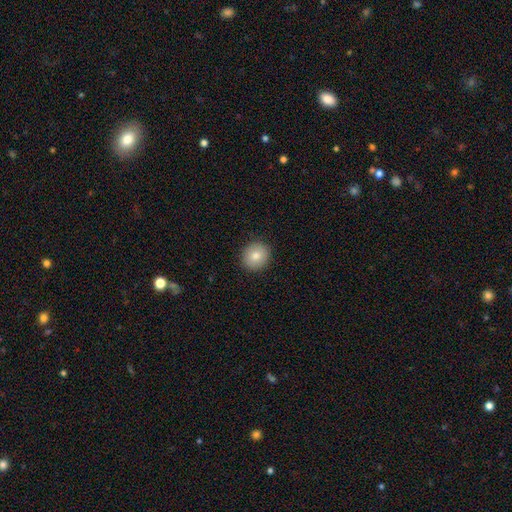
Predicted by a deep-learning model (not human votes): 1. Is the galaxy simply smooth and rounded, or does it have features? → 81% smooth, 10% featured or disk, 8% star or artifact.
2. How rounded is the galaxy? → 84% round, 15% in between, 1% cigar-shaped.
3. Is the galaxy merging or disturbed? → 91% none, 7% minor disturbance, 2% major disturbance, 1% merger.